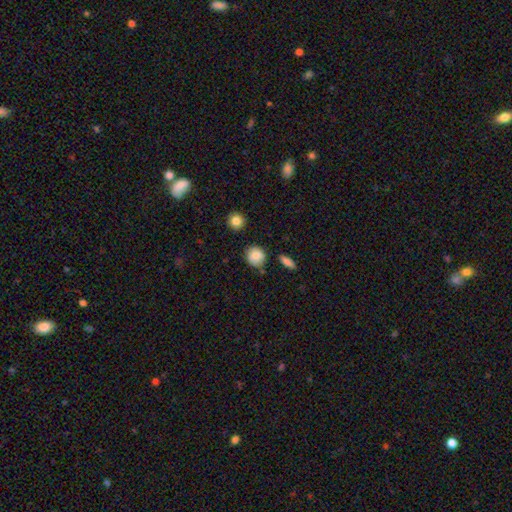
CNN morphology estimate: Smooth or featured? smooth (84%)
How rounded? round (82%)
Merging? none (76%)